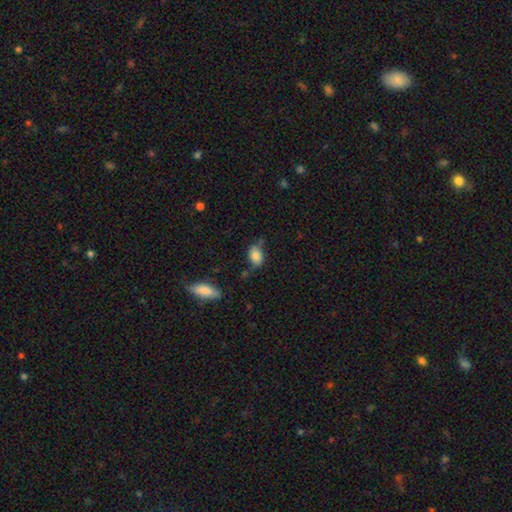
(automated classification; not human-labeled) Smooth or featured? smooth (84%)
How rounded? in between (86%)
Merging? none (58%)